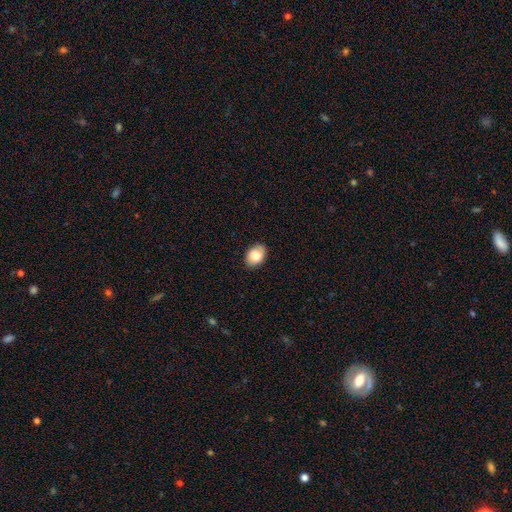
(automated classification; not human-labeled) Overall: smooth (82%). How rounded: in between (80%). Merging: none (86%).